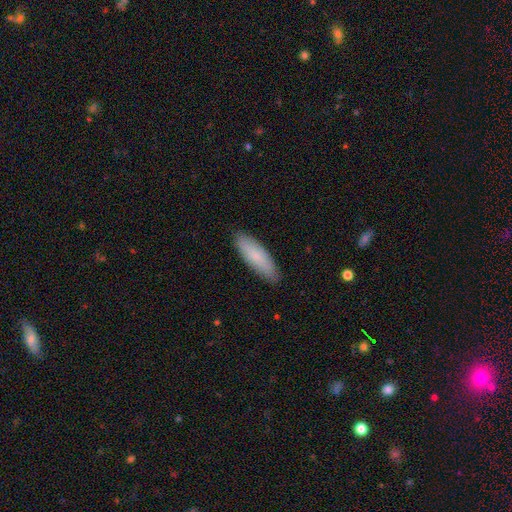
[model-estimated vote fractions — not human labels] smooth_or_featured: smooth (p=0.80) [alt: featured or disk p=0.14]
how_rounded: cigar-shaped (p=0.50) [alt: in between p=0.48]
merging: none (p=0.88) [alt: minor disturbance p=0.10]